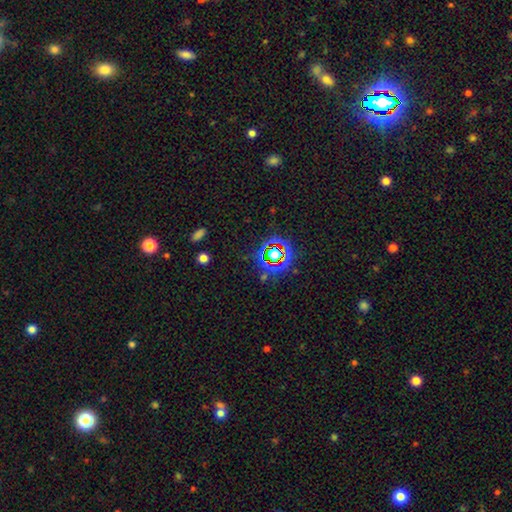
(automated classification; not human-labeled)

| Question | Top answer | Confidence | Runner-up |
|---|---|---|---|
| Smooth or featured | star or artifact | 70% | smooth (17%) |